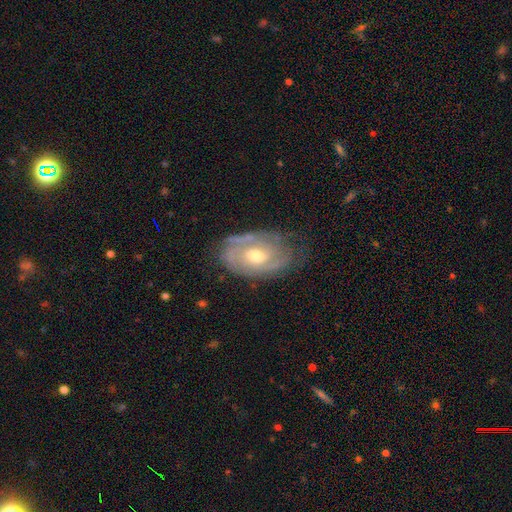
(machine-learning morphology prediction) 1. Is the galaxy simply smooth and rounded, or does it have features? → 74% featured or disk, 18% smooth, 8% star or artifact.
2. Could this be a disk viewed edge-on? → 94% no, 6% yes.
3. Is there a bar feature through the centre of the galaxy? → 64% no, 30% weak, 7% strong.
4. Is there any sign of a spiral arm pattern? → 81% yes, 19% no.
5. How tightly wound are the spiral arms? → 60% tight, 29% medium, 10% loose.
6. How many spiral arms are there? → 42% can't tell, 35% 2, 10% 3, 7% 1, 4% 4, 3% more than 4.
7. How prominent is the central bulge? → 73% moderate, 18% small, 7% large, 1% none, 1% dominant.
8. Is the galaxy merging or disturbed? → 67% none, 23% minor disturbance, 8% major disturbance, 2% merger.